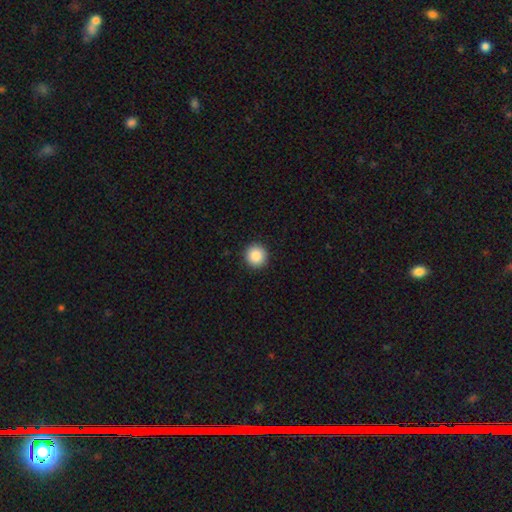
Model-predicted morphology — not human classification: A smooth galaxy with no disk features (88%) that is round (95%). Merging: none (93%).